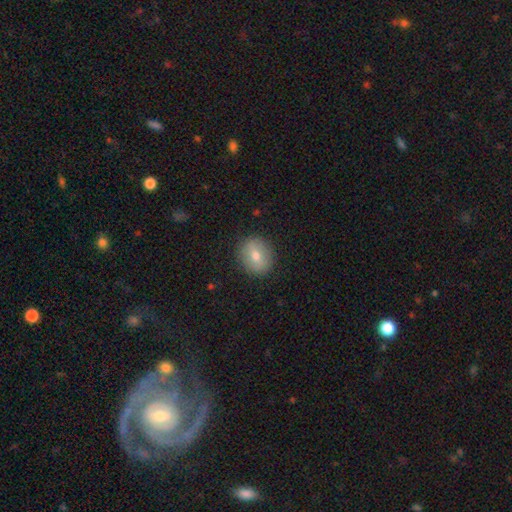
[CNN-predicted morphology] This is likely a smooth galaxy (70%). How rounded: likely round (68%). Merging: clearly none (88%).